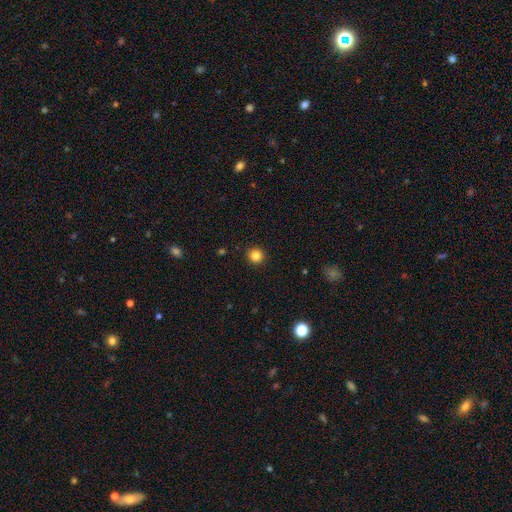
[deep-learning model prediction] This appears to be a smooth galaxy with no disk features (84%) that is round (95%). Merging: none (93%).